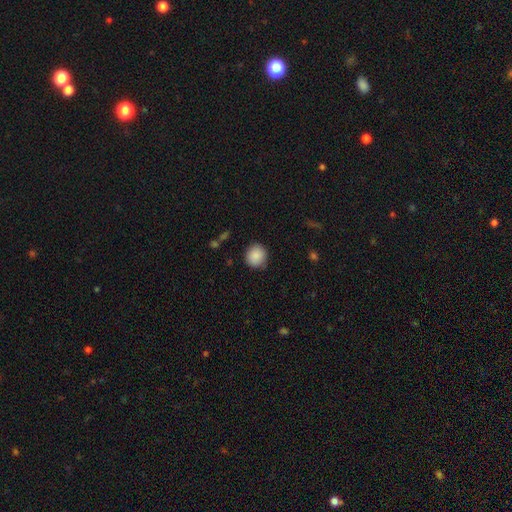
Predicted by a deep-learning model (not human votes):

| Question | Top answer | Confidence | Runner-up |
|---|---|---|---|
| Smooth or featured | smooth | 89% | star or artifact (8%) |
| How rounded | round | 90% | in between (9%) |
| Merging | none | 87% | minor disturbance (9%) |